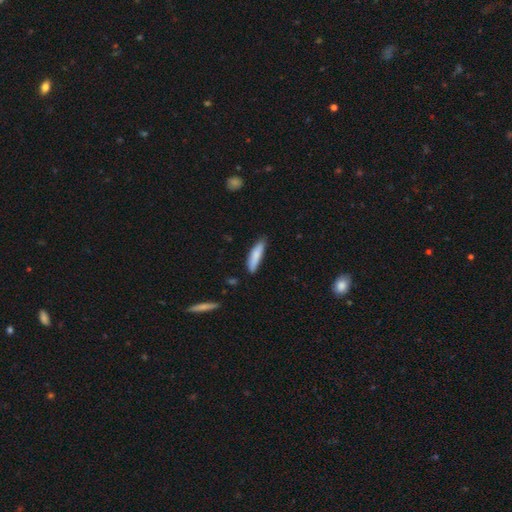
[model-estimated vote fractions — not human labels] The model was most divided on "how rounded": cigar-shaped: 75%, in between: 24%, round: 1%. More confident: smooth or featured — smooth (83%); merging — none (73%).